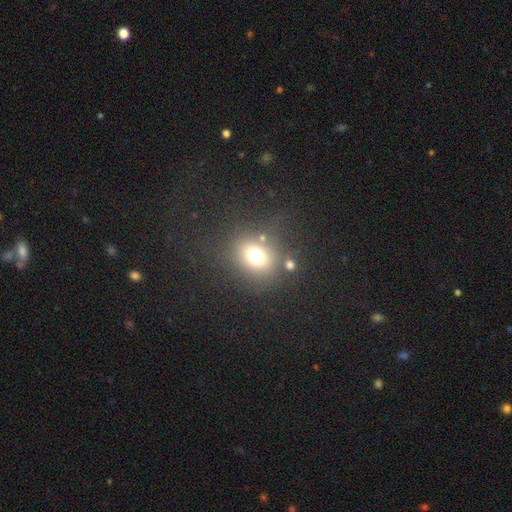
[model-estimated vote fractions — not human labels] This appears to be a smooth galaxy with no disk features (70%) that is round (69%). Merging: none (69%).